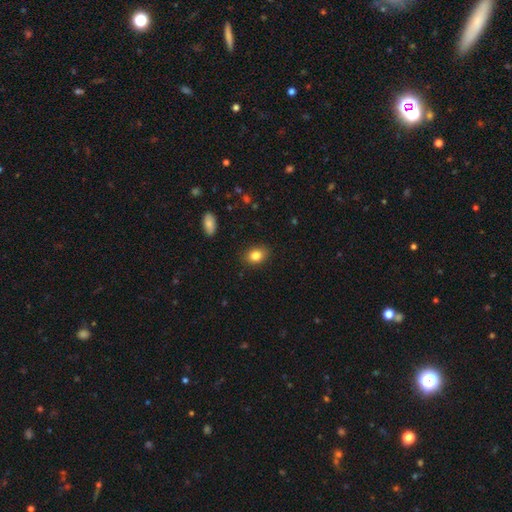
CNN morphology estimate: Smooth or featured? smooth (83%)
How rounded? in between (70%)
Merging? none (87%)